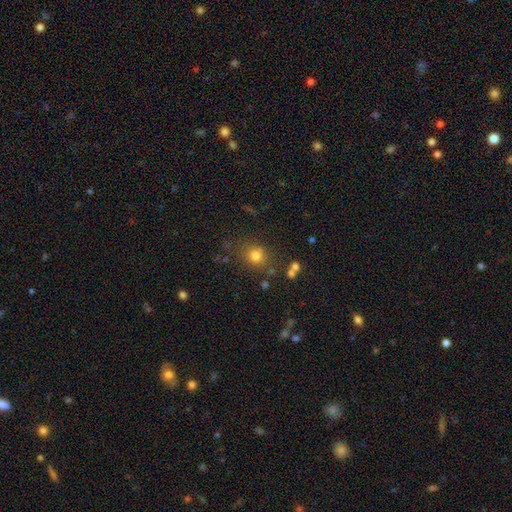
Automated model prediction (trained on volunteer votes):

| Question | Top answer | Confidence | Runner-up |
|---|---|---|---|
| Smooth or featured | smooth | 75% | star or artifact (17%) |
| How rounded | round | 82% | in between (17%) |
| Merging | none | 77% | minor disturbance (12%) |